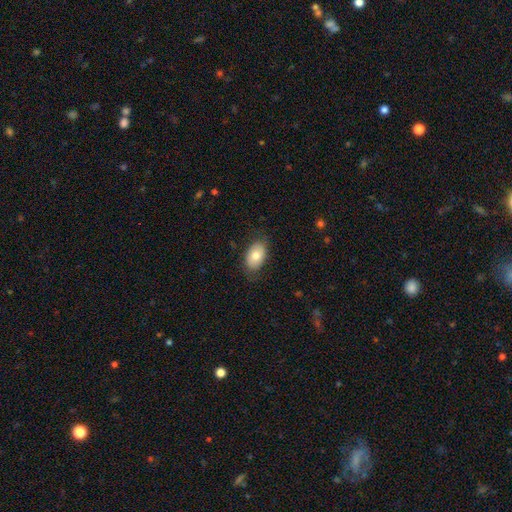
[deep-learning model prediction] smooth 79%, featured or disk 15%, star or artifact 7%. Down the decision tree: how rounded — in between (91%); merging — none (80%).